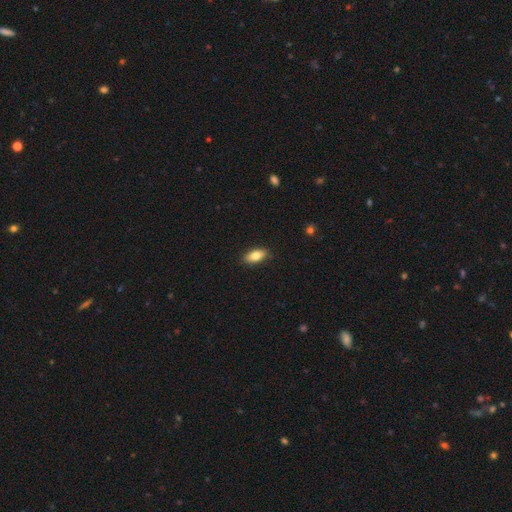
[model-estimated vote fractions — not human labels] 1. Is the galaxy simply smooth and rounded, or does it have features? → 81% smooth, 13% featured or disk, 7% star or artifact.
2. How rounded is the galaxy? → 87% in between, 10% cigar-shaped, 3% round.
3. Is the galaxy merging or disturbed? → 88% none, 10% minor disturbance, 2% major disturbance, 1% merger.